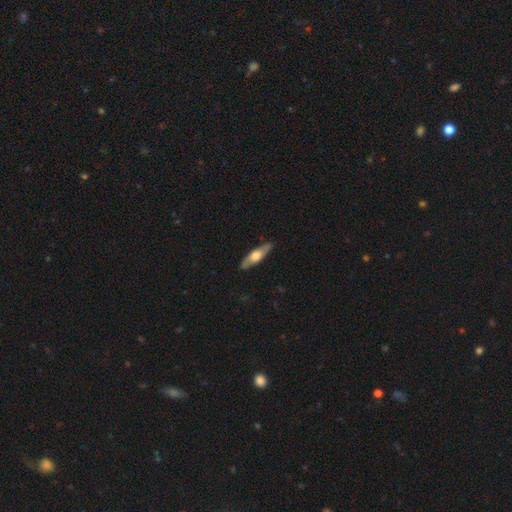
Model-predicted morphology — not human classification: Smooth or featured?
  - featured or disk: 48% *
  - smooth: 47%
  - star or artifact: 5%
Merging?
  - none: 87% *
  - minor disturbance: 10%
  - major disturbance: 2%
  - merger: 1%